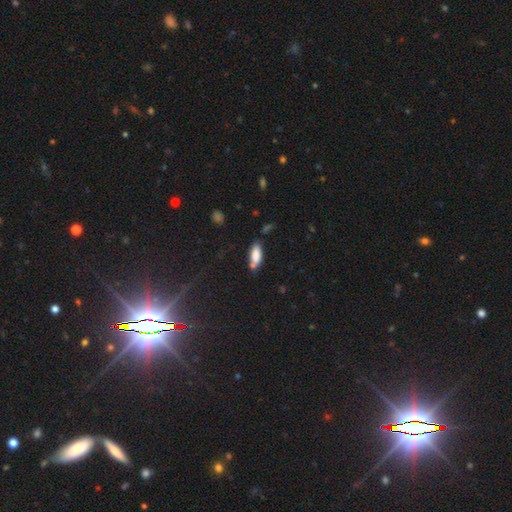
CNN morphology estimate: Smooth or featured: smooth — 82% (featured or disk — 11%)
How rounded: in between — 73% (cigar-shaped — 25%)
Merging: none — 62% (minor disturbance — 19%)